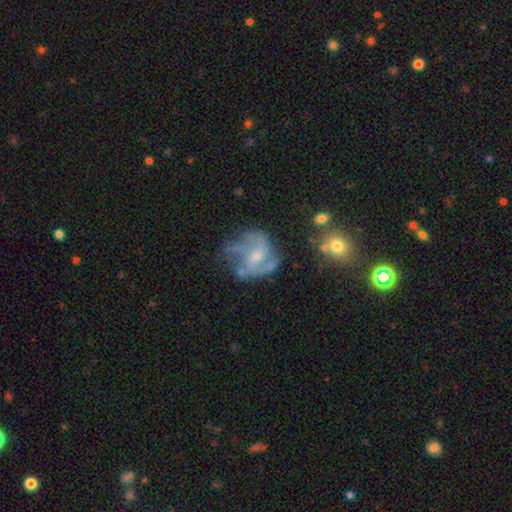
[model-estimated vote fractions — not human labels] featured or disk 76%, smooth 16%, star or artifact 8%. Down the decision tree: edge-on disk — no (98%); bar — weak (47%); spiral arms — yes (84%); spiral arm count — 2 (39%); spiral winding — medium (48%); bulge size — small (43%); merging — none (49%).